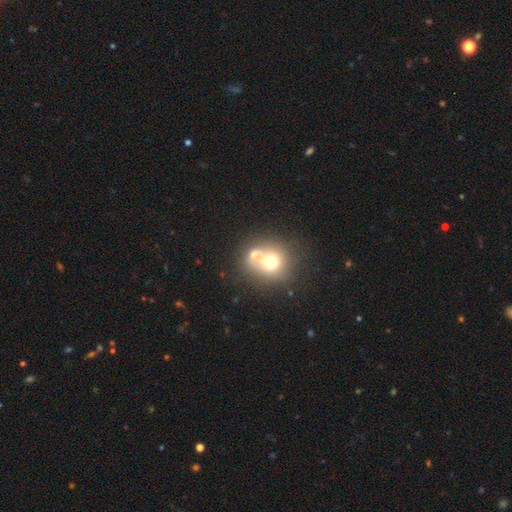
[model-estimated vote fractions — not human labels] Smooth or featured?
  - smooth: 61% *
  - featured or disk: 26%
  - star or artifact: 12%
How rounded?
  - round: 70% *
  - in between: 29%
  - cigar-shaped: 1%
Merging?
  - merger: 44% *
  - none: 34%
  - minor disturbance: 13%
  - major disturbance: 10%